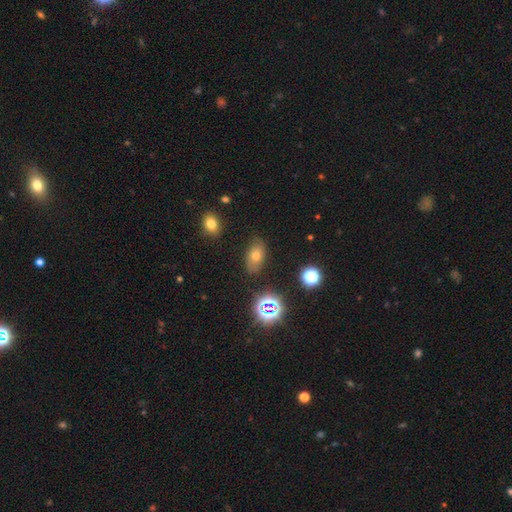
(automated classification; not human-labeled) The model was most divided on "smooth or featured": smooth: 57%, star or artifact: 24%, featured or disk: 19%. More confident: how rounded — in between (88%); merging — none (79%).